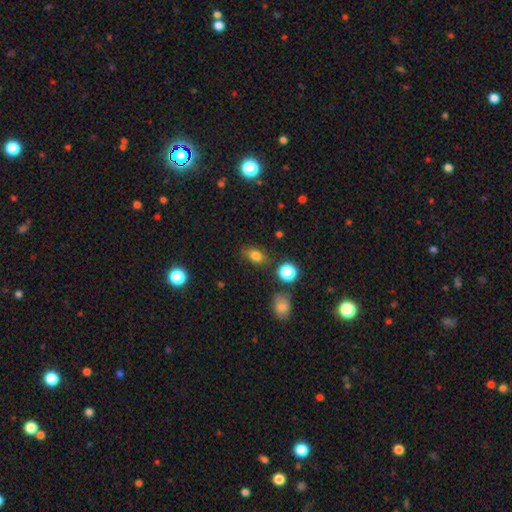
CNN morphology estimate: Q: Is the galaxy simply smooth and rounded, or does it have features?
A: smooth — 78%.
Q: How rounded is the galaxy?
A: in between — 77%.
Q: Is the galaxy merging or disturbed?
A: none — 75%.